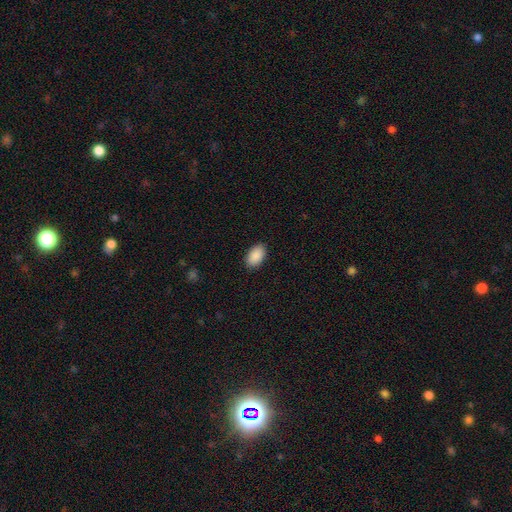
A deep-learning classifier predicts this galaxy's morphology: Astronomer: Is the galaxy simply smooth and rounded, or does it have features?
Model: smooth — 90%.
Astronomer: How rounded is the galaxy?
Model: in between — 94%.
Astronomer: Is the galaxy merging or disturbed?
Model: none — 89%.